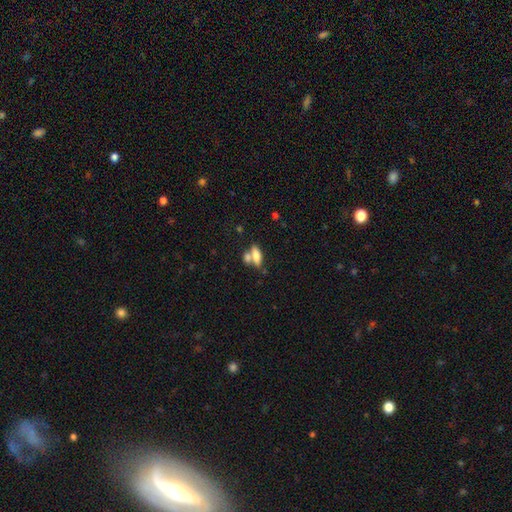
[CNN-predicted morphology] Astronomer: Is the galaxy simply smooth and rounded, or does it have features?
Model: smooth — 66%.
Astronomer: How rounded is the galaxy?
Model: in between — 70%.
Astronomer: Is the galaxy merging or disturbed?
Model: none — 45% (runner-up: merger, 39%).